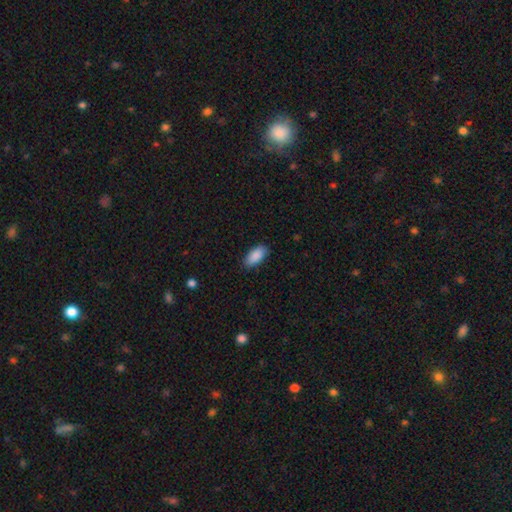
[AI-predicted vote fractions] Smooth or featured?
  - smooth: 90% *
  - star or artifact: 6%
  - featured or disk: 4%
How rounded?
  - in between: 91% *
  - cigar-shaped: 7%
  - round: 2%
Merging?
  - none: 86% *
  - minor disturbance: 11%
  - major disturbance: 2%
  - merger: 1%